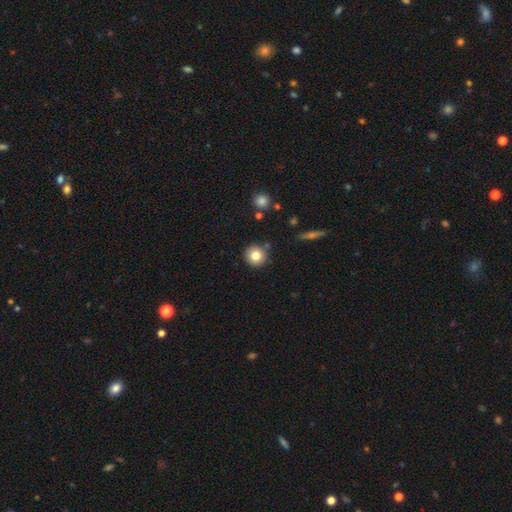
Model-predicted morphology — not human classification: This appears to be a smooth galaxy with no disk features (80%) that is round (94%). Merging: none (85%).